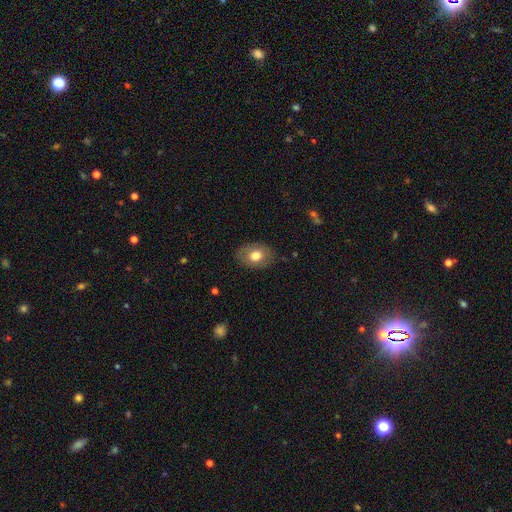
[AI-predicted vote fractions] A smooth galaxy with no disk features (73%) that is in between round and cigar-shaped (75%). Merging: none (84%).